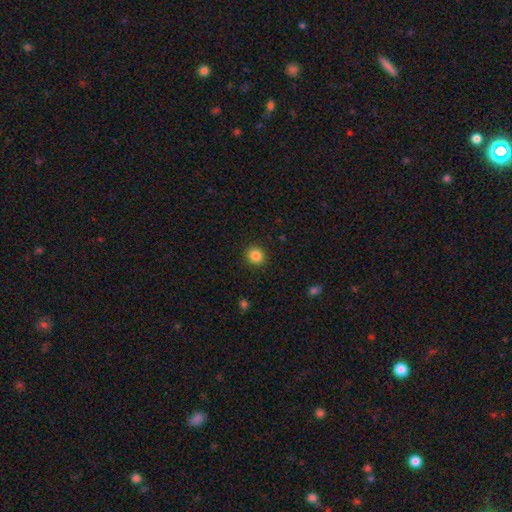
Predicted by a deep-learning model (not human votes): A smooth galaxy with no disk features (85%) that is round (89%).

Vote fractions:
- Smooth or featured? smooth: 85% / star or artifact: 10% / featured or disk: 4%
- How rounded? round: 89% / in between: 10% / cigar-shaped: 1%
- Merging? none: 91% / minor disturbance: 6% / major disturbance: 2% / merger: 1%